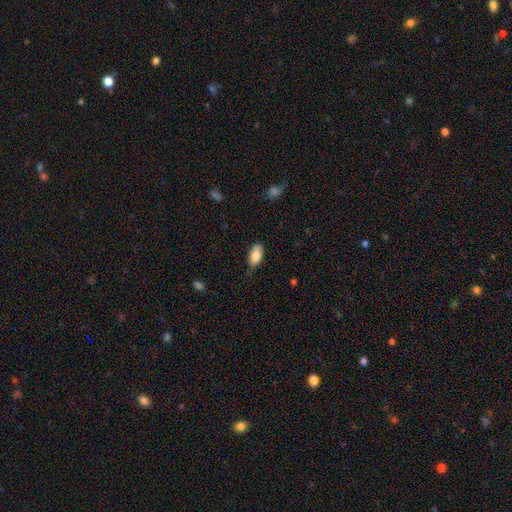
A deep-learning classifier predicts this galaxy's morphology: Smooth or featured? Predicted: smooth (p=0.81). How rounded? Predicted: in between (p=0.90). Merging? Predicted: none (p=0.66).